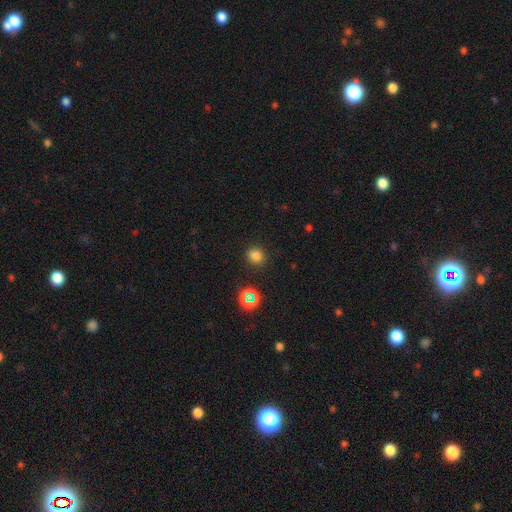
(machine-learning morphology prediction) smooth_or_featured: smooth (p=0.78) [alt: star or artifact p=0.18]
how_rounded: round (p=0.84) [alt: in between p=0.16]
merging: none (p=0.89) [alt: minor disturbance p=0.07]